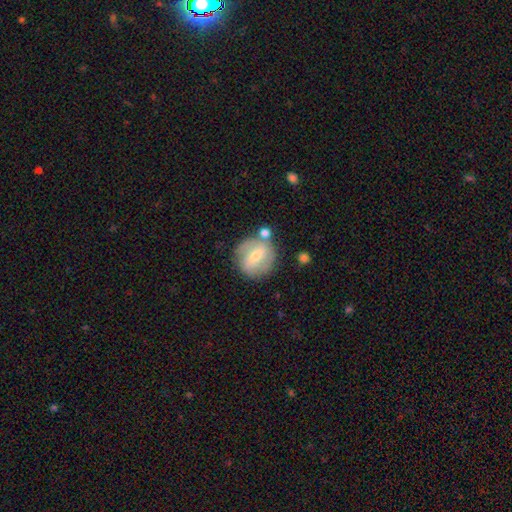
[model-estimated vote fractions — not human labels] This appears to be a featured or disk galaxy (52%). Merging: none (65%).